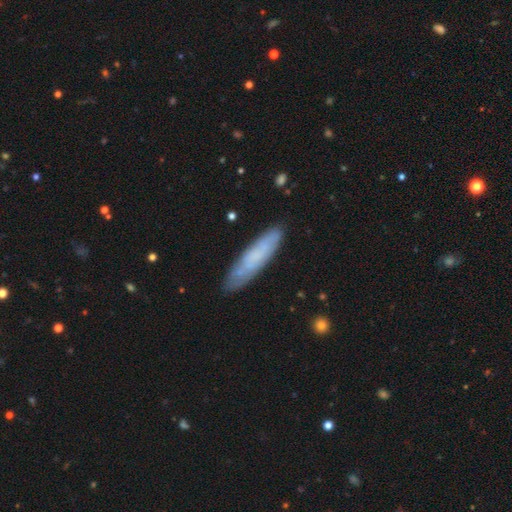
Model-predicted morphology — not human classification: smooth 61%, featured or disk 31%, star or artifact 8%. Down the decision tree: how rounded — cigar-shaped (78%); merging — none (83%).